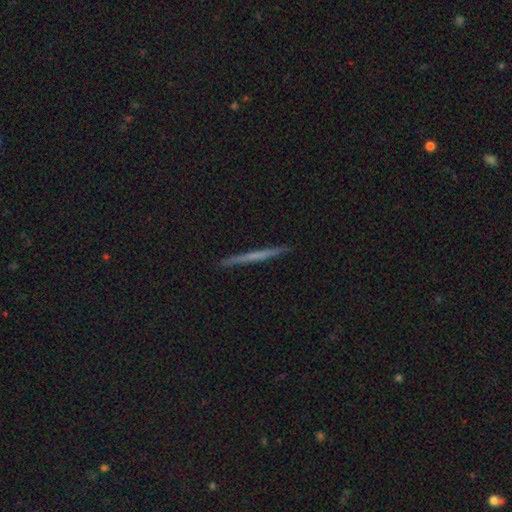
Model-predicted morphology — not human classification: Q: Smooth or featured?
A: featured or disk (53%); runner-up: smooth (41%)
Q: Edge-on disk?
A: yes (98%); runner-up: no (2%)
Q: Edge-on bulge?
A: none (86%); runner-up: rounded (9%)
Q: Merging?
A: none (93%); runner-up: minor disturbance (5%)